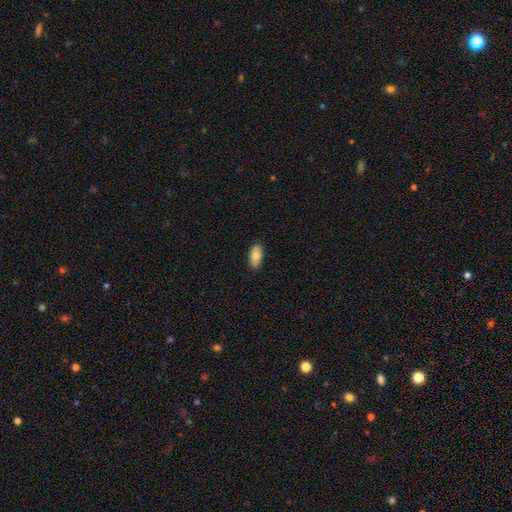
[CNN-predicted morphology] type=smooth (78%); roundness=in between (91%); merging=none (86%).